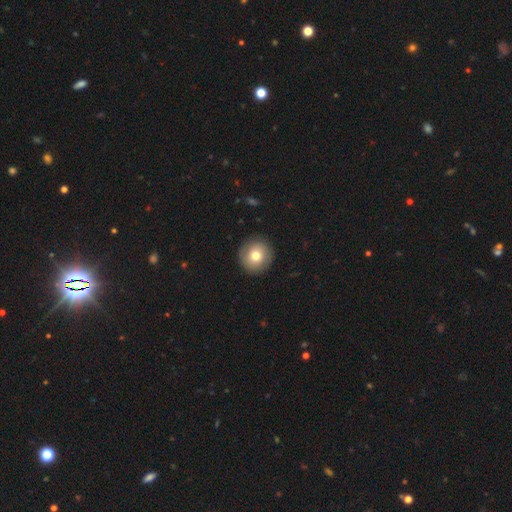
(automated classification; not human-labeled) smooth_or_featured: smooth (p=0.73) [alt: featured or disk p=0.18]
how_rounded: round (p=0.94) [alt: in between p=0.05]
merging: none (p=0.90) [alt: minor disturbance p=0.07]